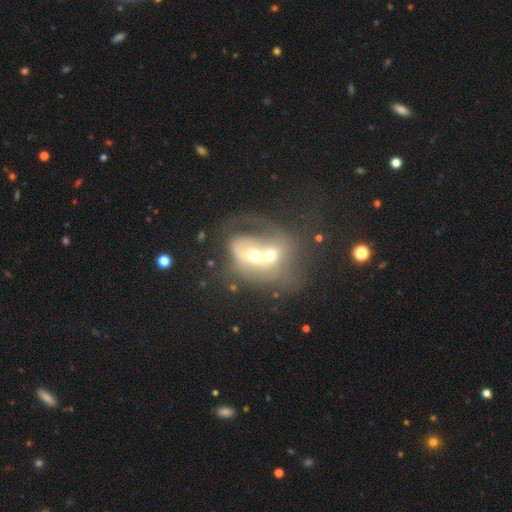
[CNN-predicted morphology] featured or disk 53%, smooth 37%, star or artifact 10%. Down the decision tree: edge-on disk — no (95%); merging — merger (79%).